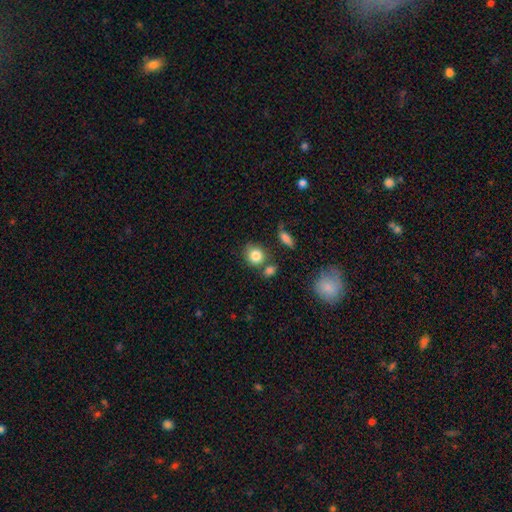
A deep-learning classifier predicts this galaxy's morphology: smooth-or-featured: smooth: 84% | star or artifact: 9% | featured or disk: 7%
  how-rounded: round: 75% | in between: 23% | cigar-shaped: 1%
  merging: none: 65% | minor disturbance: 15% | merger: 15% | major disturbance: 5%